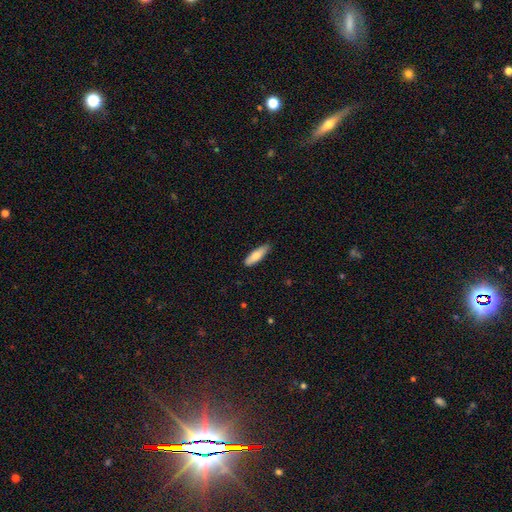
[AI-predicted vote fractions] A smooth galaxy with no disk features (74%) that is cigar-shaped (57%). Merging: none (83%).